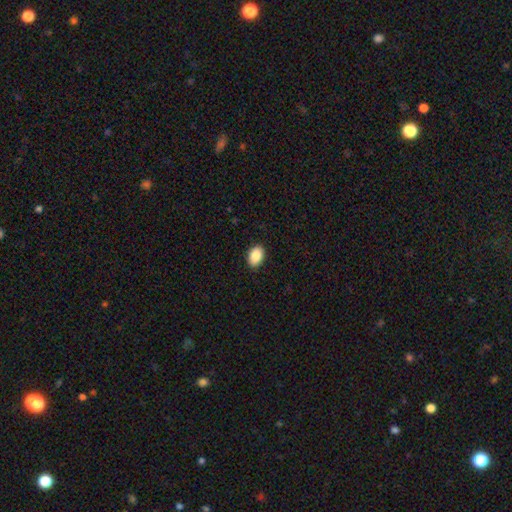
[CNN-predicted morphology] Smooth or featured: smooth — 89% (star or artifact — 7%)
How rounded: in between — 85% (round — 14%)
Merging: none — 89% (minor disturbance — 8%)